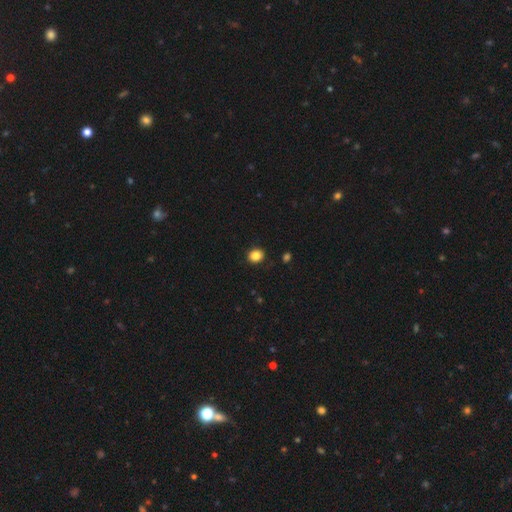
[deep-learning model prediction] Q: Smooth or featured?
A: smooth (86%); runner-up: star or artifact (10%)
Q: How rounded?
A: round (71%); runner-up: in between (28%)
Q: Merging?
A: none (90%); runner-up: minor disturbance (7%)